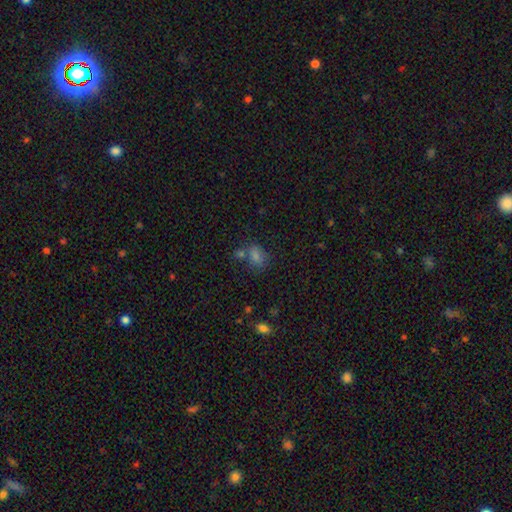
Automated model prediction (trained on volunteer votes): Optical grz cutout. It shows a smooth galaxy with no disk features (68%) that is in between round and cigar-shaped (70%). Merging: none (59%).